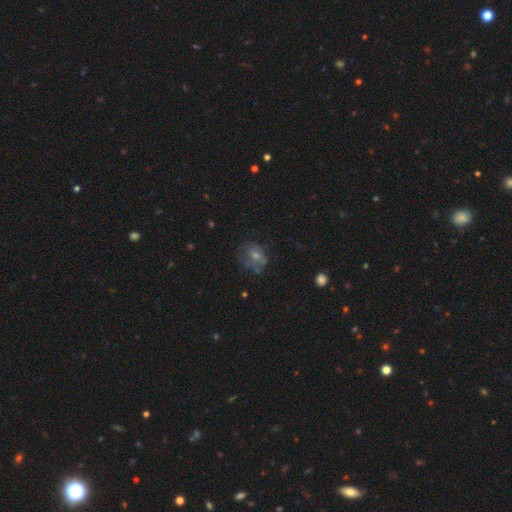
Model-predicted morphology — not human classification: The model was most divided on "smooth or featured": smooth: 43%, featured or disk: 35%, star or artifact: 22%. More confident: merging — none (55%).